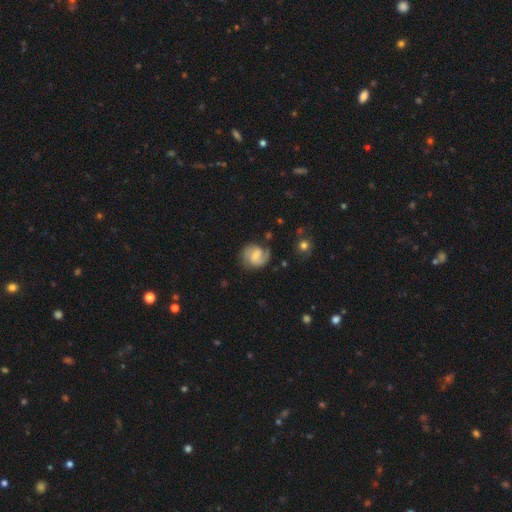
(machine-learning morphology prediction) This appears to be a featured or disk galaxy (70%) with a weak bar (53%), 2 (77%) medium (47%) spiral arms (93%) and a small central bulge (33%). Merging: none (70%).